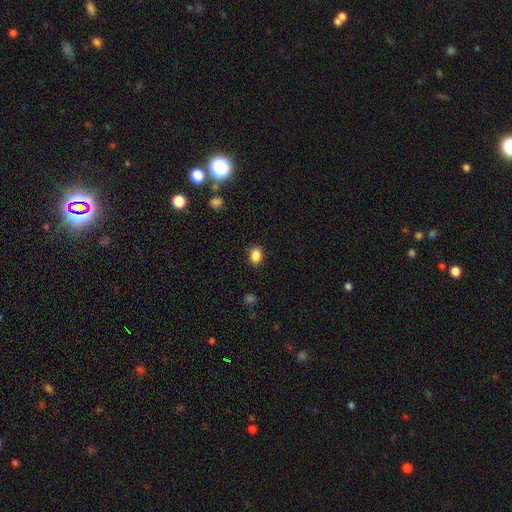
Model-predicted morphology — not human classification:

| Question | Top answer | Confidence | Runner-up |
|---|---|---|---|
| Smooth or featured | smooth | 86% | star or artifact (10%) |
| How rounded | in between | 61% | round (37%) |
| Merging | none | 87% | minor disturbance (10%) |